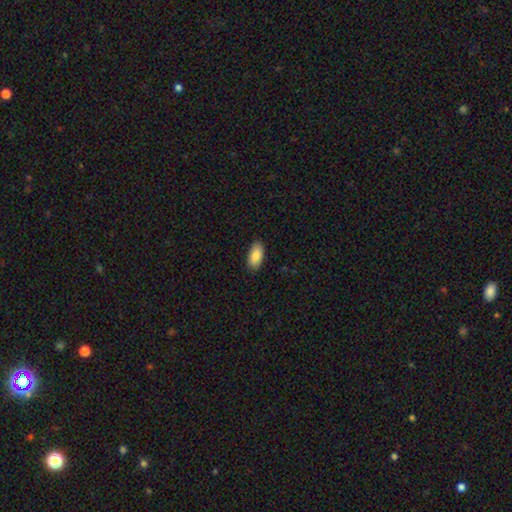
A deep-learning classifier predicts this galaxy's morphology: A smooth galaxy with no disk features (87%) that is in between round and cigar-shaped (93%).

Vote fractions:
- Smooth or featured? smooth: 87% / featured or disk: 7% / star or artifact: 6%
- How rounded? in between: 93% / cigar-shaped: 5% / round: 2%
- Merging? none: 88% / minor disturbance: 9% / major disturbance: 2% / merger: 1%